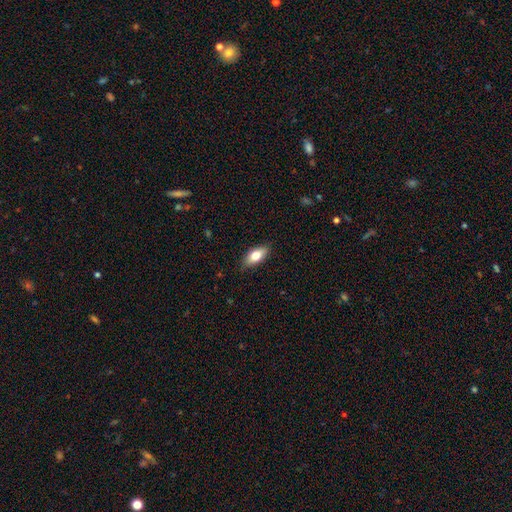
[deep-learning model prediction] smooth 73%, featured or disk 20%, star or artifact 7%. Down the decision tree: how rounded — in between (84%); merging — none (85%).